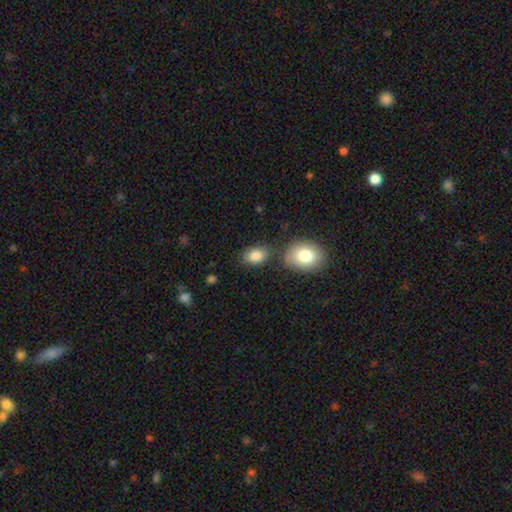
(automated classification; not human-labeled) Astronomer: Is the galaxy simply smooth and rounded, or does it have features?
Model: smooth — 85%.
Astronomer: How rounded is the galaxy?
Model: in between — 79%.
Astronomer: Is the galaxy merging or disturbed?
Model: none — 67%.